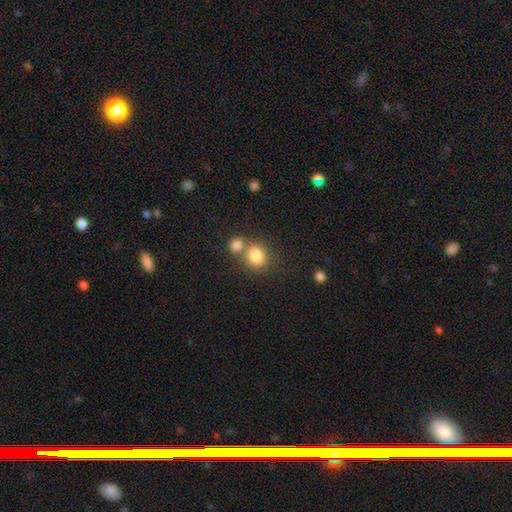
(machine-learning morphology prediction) smooth 82%, star or artifact 10%, featured or disk 8%. Down the decision tree: how rounded — round (69%); merging — none (49%).